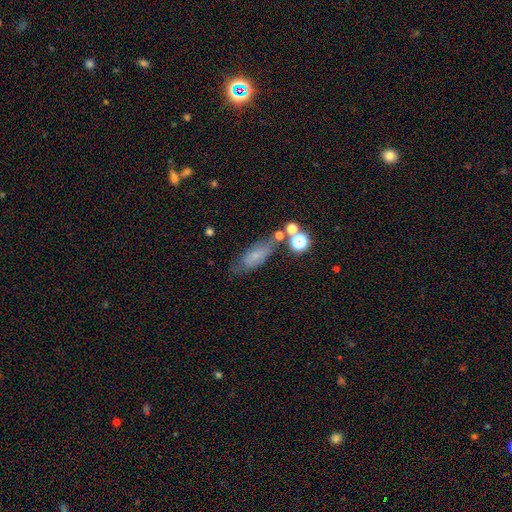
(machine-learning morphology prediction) smooth 57%, featured or disk 29%, star or artifact 14%. Down the decision tree: how rounded — in between (66%); merging — none (54%).